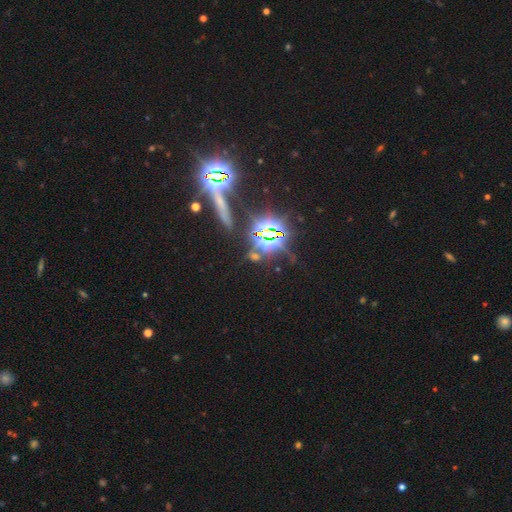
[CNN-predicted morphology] This appears to be a star or artifact, not a galaxy (81%).